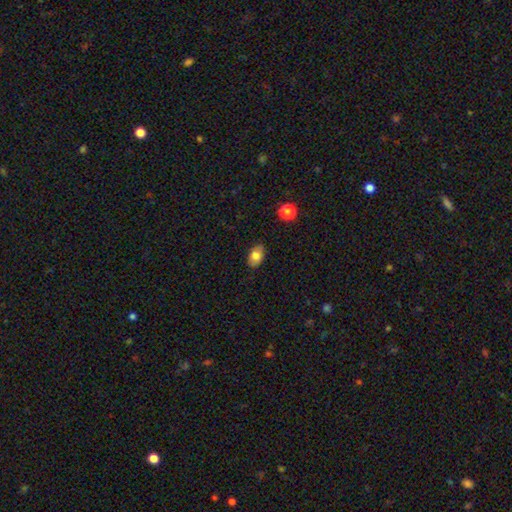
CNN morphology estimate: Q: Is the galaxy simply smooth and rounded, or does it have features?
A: smooth — 74%.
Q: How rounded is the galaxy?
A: in between — 88%.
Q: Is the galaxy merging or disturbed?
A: none — 83%.